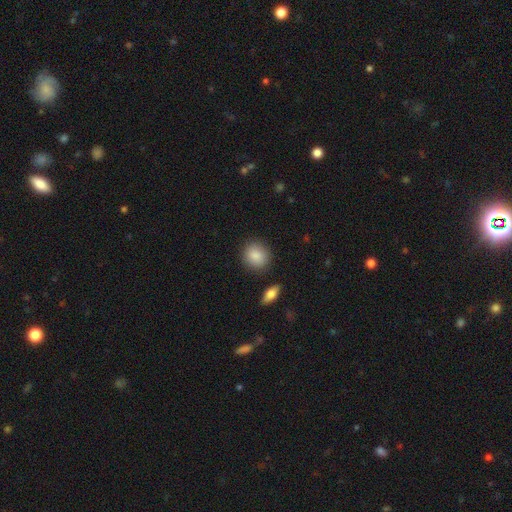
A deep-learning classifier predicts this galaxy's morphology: Smooth or featured?
  - smooth: 88% *
  - star or artifact: 7%
  - featured or disk: 5%
How rounded?
  - round: 80% *
  - in between: 19%
  - cigar-shaped: 1%
Merging?
  - none: 87% *
  - minor disturbance: 8%
  - merger: 3%
  - major disturbance: 2%